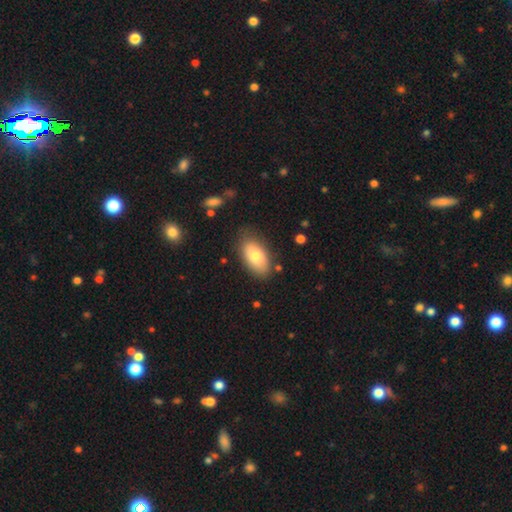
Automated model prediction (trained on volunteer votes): Q: Smooth or featured?
A: smooth (76%); runner-up: featured or disk (17%)
Q: How rounded?
A: in between (93%); runner-up: round (5%)
Q: Merging?
A: none (78%); runner-up: minor disturbance (15%)